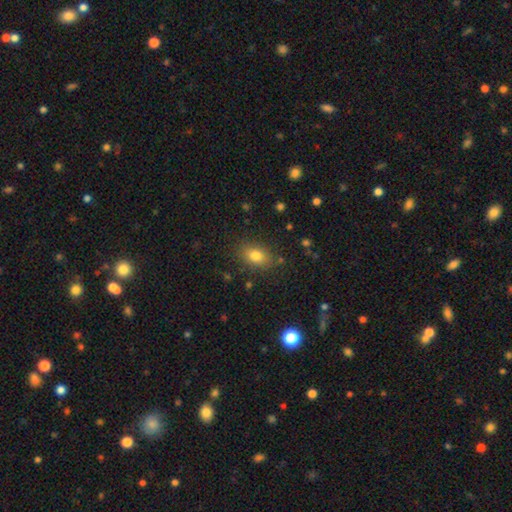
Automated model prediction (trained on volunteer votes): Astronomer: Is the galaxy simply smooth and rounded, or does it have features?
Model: smooth — 80%.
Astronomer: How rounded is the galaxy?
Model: in between — 79%.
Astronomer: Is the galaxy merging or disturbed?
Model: none — 83%.